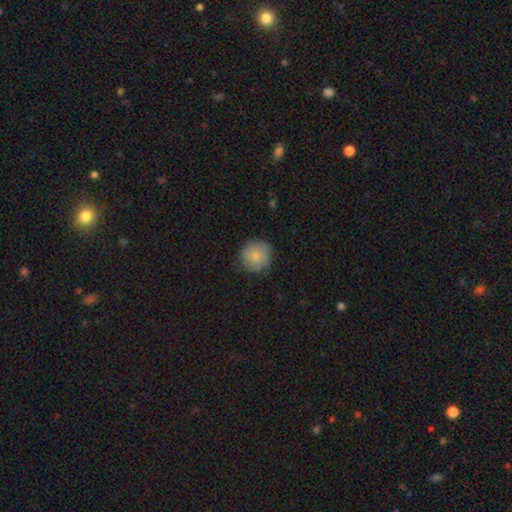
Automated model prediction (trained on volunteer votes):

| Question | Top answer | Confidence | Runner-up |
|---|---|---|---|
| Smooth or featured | smooth | 78% | featured or disk (15%) |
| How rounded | round | 94% | in between (5%) |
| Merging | none | 80% | minor disturbance (16%) |